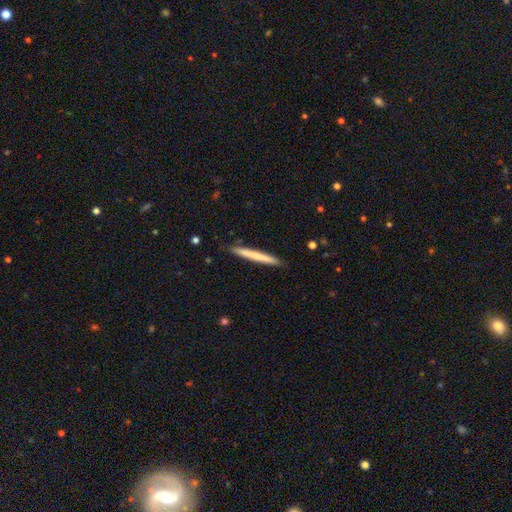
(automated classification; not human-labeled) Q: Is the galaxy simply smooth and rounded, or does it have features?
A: smooth — 65%.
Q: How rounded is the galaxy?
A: cigar-shaped — 97%.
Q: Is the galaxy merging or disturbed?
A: none — 89%.